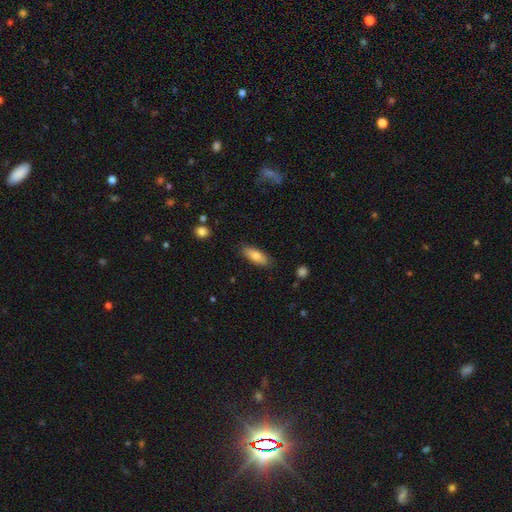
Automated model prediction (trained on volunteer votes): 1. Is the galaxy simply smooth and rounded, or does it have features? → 79% smooth, 14% featured or disk, 7% star or artifact.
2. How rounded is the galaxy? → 71% in between, 27% cigar-shaped, 2% round.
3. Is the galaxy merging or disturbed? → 85% none, 12% minor disturbance, 2% major disturbance, 1% merger.